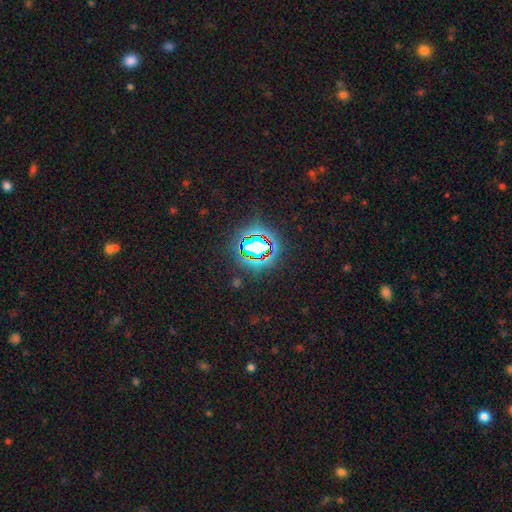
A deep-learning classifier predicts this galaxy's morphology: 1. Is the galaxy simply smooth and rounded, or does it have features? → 81% star or artifact, 12% smooth, 7% featured or disk.